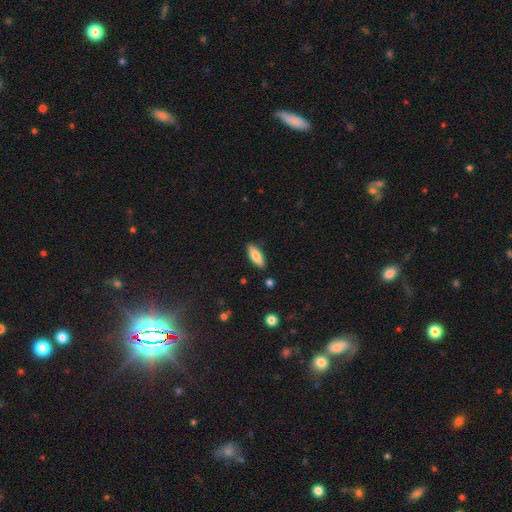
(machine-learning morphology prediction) The model was most divided on "how rounded": in between: 66%, cigar-shaped: 32%, round: 2%. More confident: merging — none (87%); smooth or featured — smooth (75%).